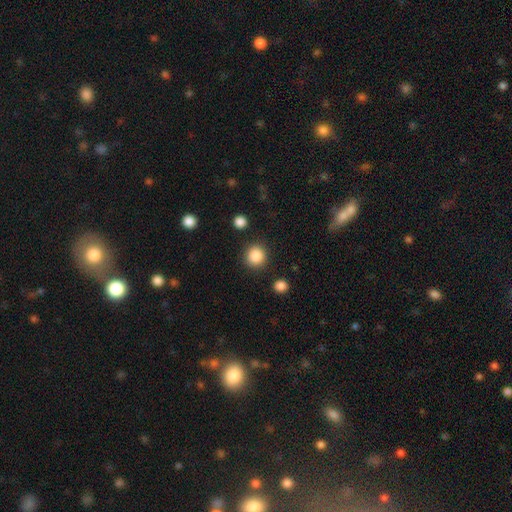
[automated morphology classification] smooth_or_featured: smooth (p=0.87) [alt: star or artifact p=0.10]
how_rounded: round (p=0.92) [alt: in between p=0.07]
merging: none (p=0.89) [alt: minor disturbance p=0.06]